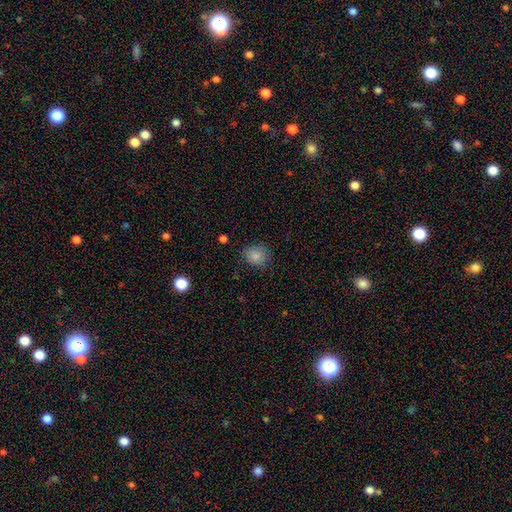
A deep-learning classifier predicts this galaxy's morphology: Smooth or featured?
  - smooth: 85% *
  - star or artifact: 10%
  - featured or disk: 6%
How rounded?
  - round: 72% *
  - in between: 27%
  - cigar-shaped: 1%
Merging?
  - none: 77% *
  - minor disturbance: 18%
  - major disturbance: 4%
  - merger: 1%